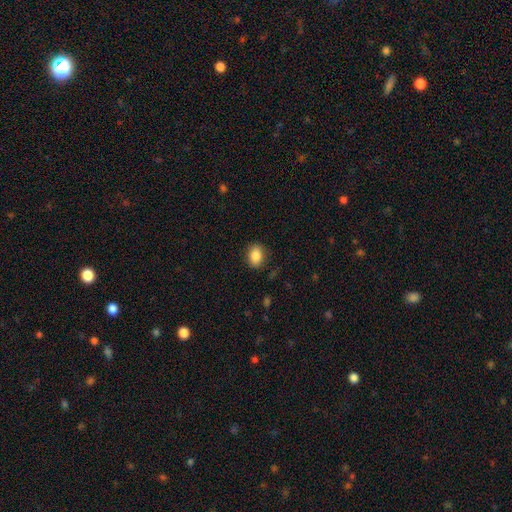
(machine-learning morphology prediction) Smooth or featured?
  - smooth: 87% *
  - star or artifact: 8%
  - featured or disk: 5%
How rounded?
  - in between: 74% *
  - round: 24%
  - cigar-shaped: 1%
Merging?
  - none: 86% *
  - minor disturbance: 10%
  - major disturbance: 3%
  - merger: 1%